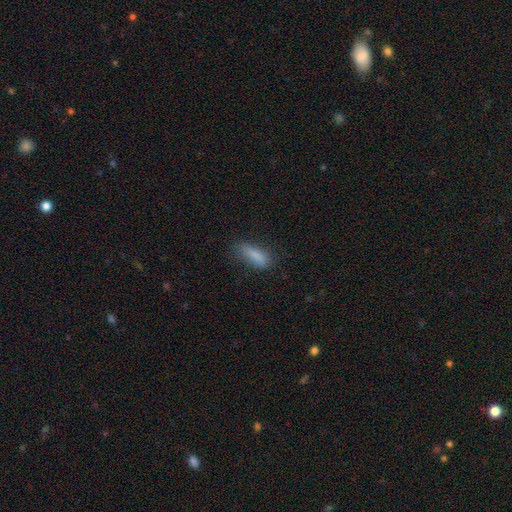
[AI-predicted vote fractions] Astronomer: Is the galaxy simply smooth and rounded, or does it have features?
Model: smooth — 82%.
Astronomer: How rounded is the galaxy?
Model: in between — 54% (runner-up: cigar-shaped, 44%).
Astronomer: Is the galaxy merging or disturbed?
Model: none — 67%.